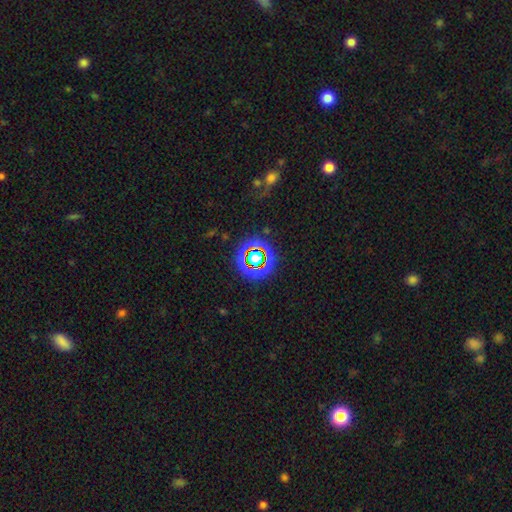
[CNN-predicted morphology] A star or artifact, not a galaxy (63%).

Vote fractions:
- Smooth or featured? star or artifact: 63% / smooth: 24% / featured or disk: 13%